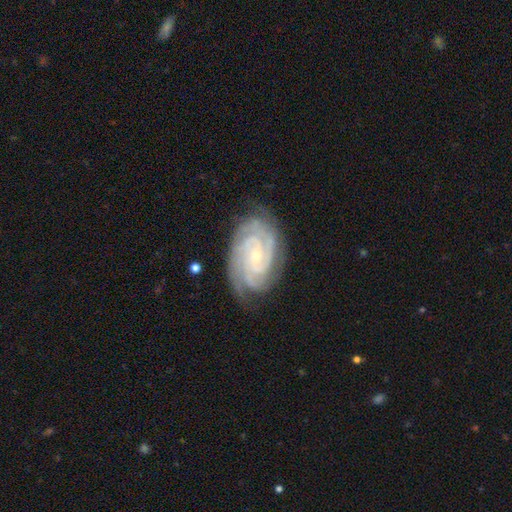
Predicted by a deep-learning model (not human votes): Morphology: type=featured or disk (91%); edge-on=no (97%); bar=no (63%); spiral arms=yes (99%); winding=tight (79%); arm count=3 (31%); bulge=small (73%); merging=none (80%).